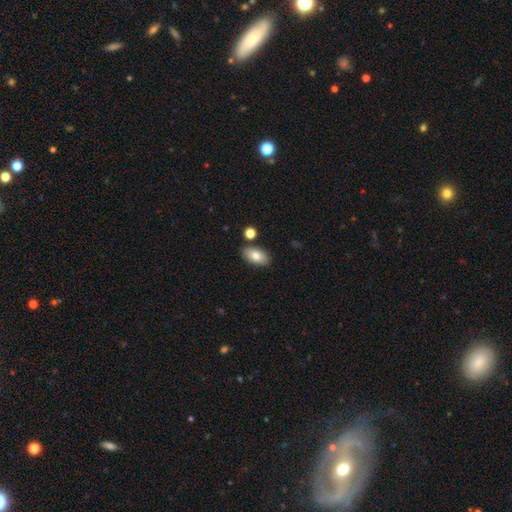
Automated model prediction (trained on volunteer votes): Q: Smooth or featured?
A: smooth (80%); runner-up: featured or disk (12%)
Q: How rounded?
A: in between (93%); runner-up: round (4%)
Q: Merging?
A: none (83%); runner-up: minor disturbance (10%)